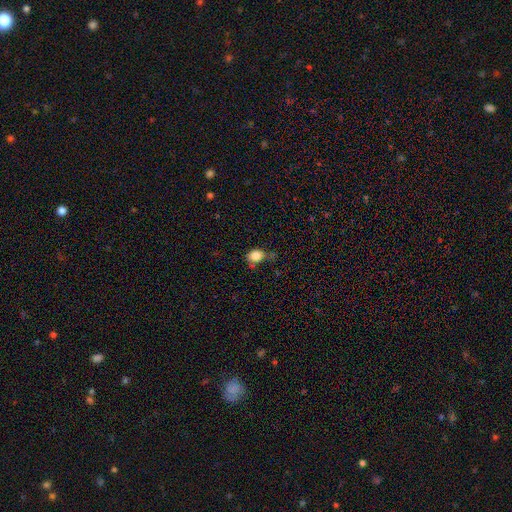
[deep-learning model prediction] smooth-or-featured: smooth: 84% | star or artifact: 10% | featured or disk: 6%
  how-rounded: in between: 50% | round: 49% | cigar-shaped: 1%
  merging: none: 53% | minor disturbance: 29% | major disturbance: 10% | merger: 8%